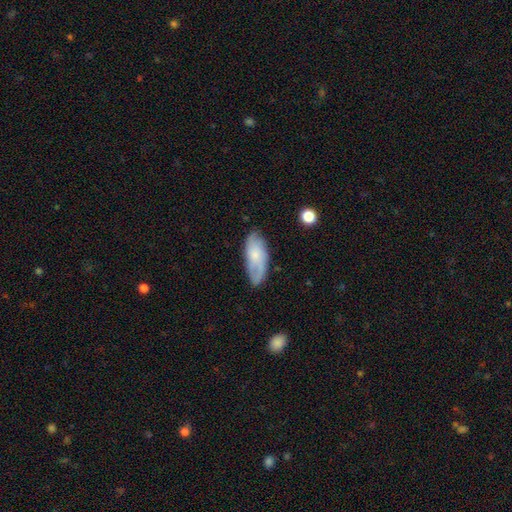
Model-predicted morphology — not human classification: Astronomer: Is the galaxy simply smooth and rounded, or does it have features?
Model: smooth — 51% (runner-up: featured or disk, 42%).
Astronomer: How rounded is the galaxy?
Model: in between — 86%.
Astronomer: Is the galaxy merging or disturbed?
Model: none — 68%.